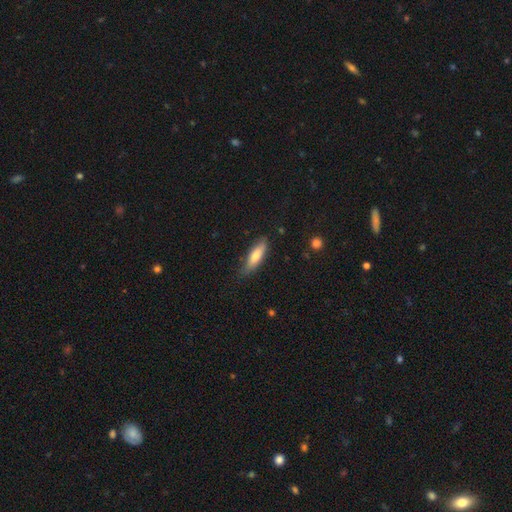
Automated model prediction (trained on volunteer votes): smooth 71%, featured or disk 23%, star or artifact 6%. Down the decision tree: how rounded — cigar-shaped (55%); merging — none (77%).